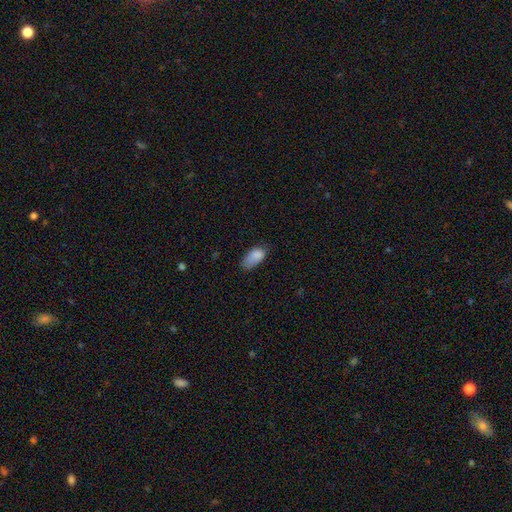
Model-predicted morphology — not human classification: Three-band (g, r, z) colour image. It shows a smooth galaxy with no disk features (84%) that is in between round and cigar-shaped (92%). Merging: none (45%).